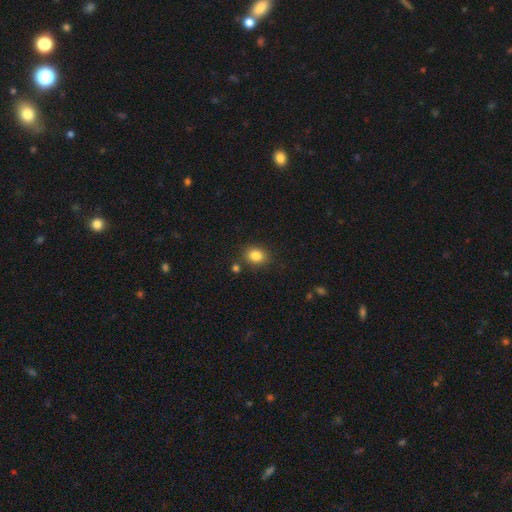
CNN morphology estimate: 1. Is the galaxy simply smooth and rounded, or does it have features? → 84% smooth, 10% star or artifact, 6% featured or disk.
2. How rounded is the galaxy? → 55% round, 44% in between, 1% cigar-shaped.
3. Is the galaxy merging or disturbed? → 81% none, 11% minor disturbance, 6% merger, 3% major disturbance.